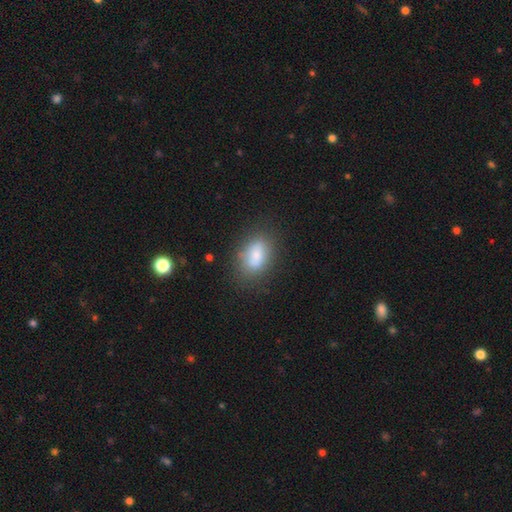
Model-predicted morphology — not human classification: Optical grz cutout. It shows a smooth galaxy with no disk features (78%) that is in between round and cigar-shaped (85%). Merging: none (72%).